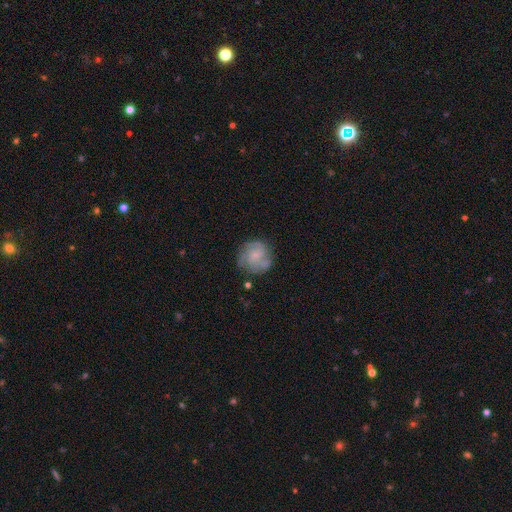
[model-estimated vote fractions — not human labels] A featured or disk galaxy (64%) with no bar (71%), 3 (34%) tight (45%) spiral arms (89%) and a small central bulge (62%). Merging: none (71%).